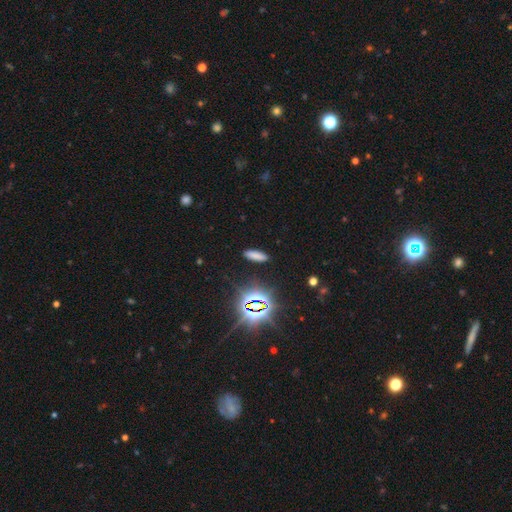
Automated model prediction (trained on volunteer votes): Smooth or featured: smooth — 71% (star or artifact — 22%)
How rounded: cigar-shaped — 51% (in between — 46%)
Merging: none — 89% (minor disturbance — 7%)